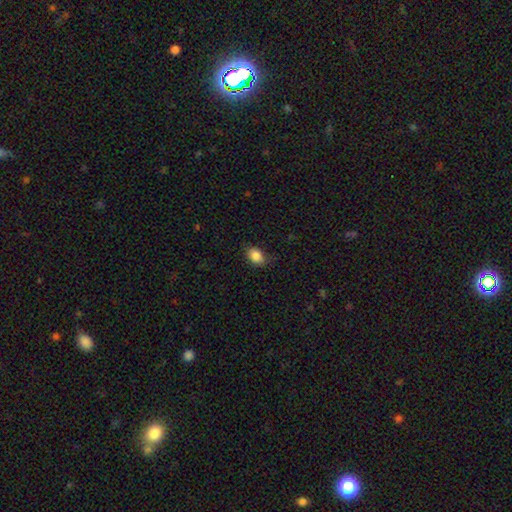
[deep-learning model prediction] Overall: smooth (86%). How rounded: in between (71%). Merging: none (75%).